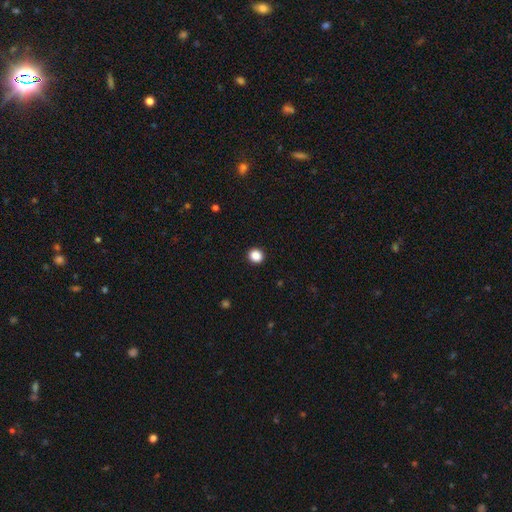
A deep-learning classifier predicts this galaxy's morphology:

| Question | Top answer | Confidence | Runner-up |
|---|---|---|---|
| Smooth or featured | smooth | 87% | star or artifact (10%) |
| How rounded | round | 90% | in between (9%) |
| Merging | none | 93% | minor disturbance (4%) |